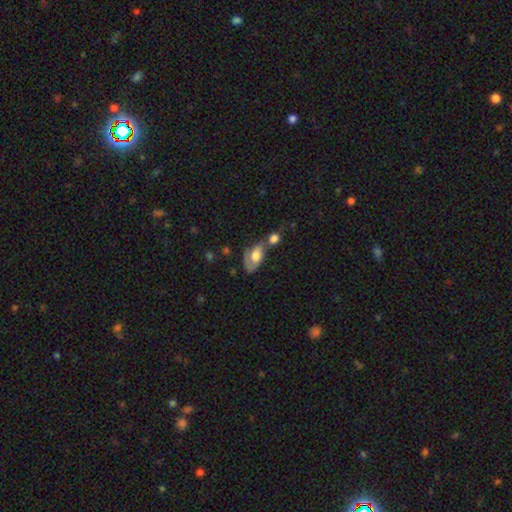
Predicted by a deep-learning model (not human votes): smooth 50%, featured or disk 42%, star or artifact 7%. Down the decision tree: how rounded — in between (89%); merging — merger (40%).